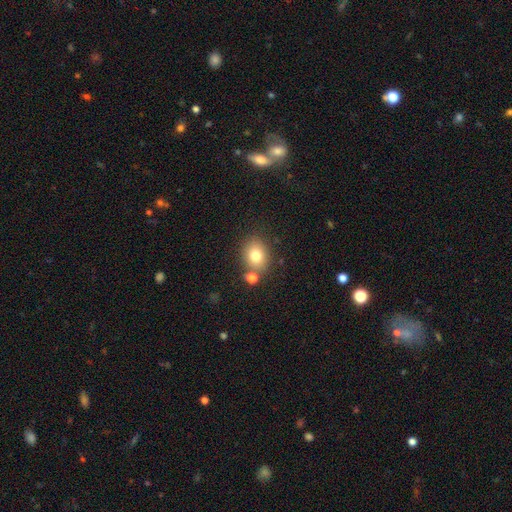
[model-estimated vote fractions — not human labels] This appears to be a smooth galaxy with no disk features (78%) that is round (55%). Merging: none (73%).